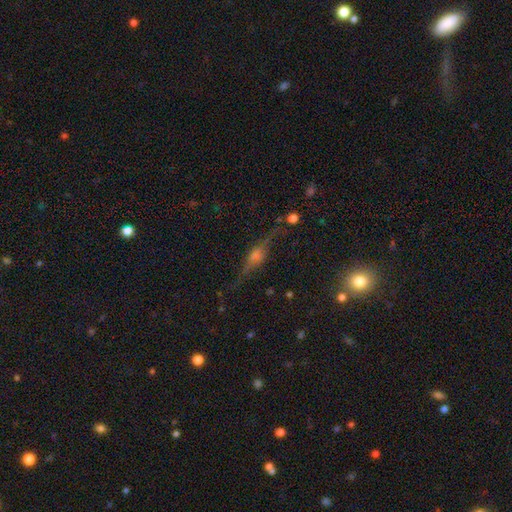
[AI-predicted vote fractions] Smooth or featured? Predicted: featured or disk (p=0.72). Edge-on disk? Predicted: yes (p=0.92). Edge-on bulge? Predicted: rounded (p=0.83). Merging? Predicted: none (p=0.78).